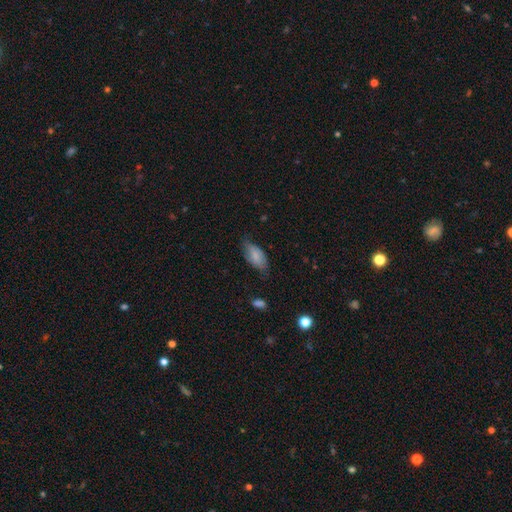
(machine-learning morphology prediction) Overall: smooth (76%). How rounded: in between (91%). Merging: none (59%; minor disturbance 32%).